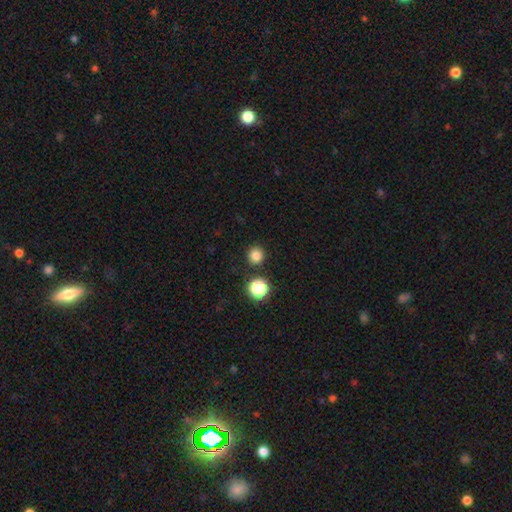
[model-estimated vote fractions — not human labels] Q: Smooth or featured?
A: smooth (81%); runner-up: star or artifact (14%)
Q: How rounded?
A: round (94%); runner-up: in between (5%)
Q: Merging?
A: none (89%); runner-up: minor disturbance (5%)